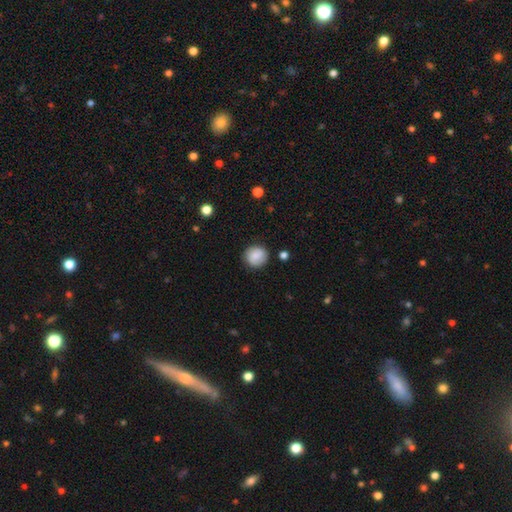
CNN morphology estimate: Overall: smooth (79%). How rounded: round (89%). Merging: none (85%).